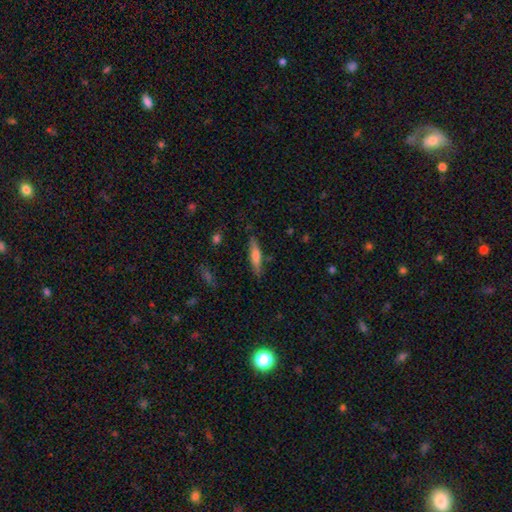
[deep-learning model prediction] smooth_or_featured: smooth (p=0.66) [alt: featured or disk p=0.28]
how_rounded: cigar-shaped (p=0.81) [alt: in between p=0.18]
merging: none (p=0.80) [alt: minor disturbance p=0.15]